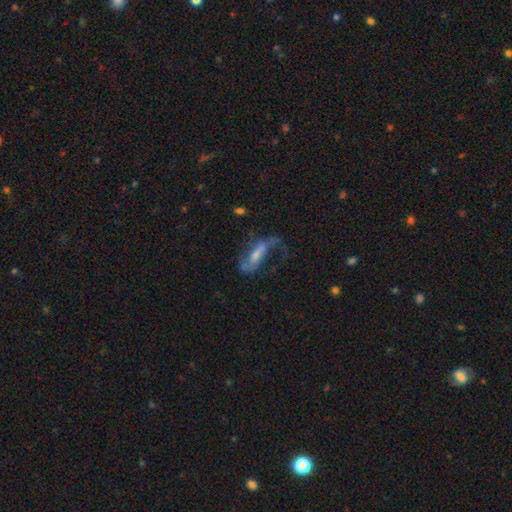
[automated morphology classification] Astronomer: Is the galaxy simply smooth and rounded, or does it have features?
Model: featured or disk — 70%.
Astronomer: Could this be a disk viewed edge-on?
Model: no — 86%.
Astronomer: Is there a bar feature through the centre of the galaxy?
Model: strong — 37% (runner-up: weak, 36%).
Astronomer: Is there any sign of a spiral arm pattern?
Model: yes — 84%.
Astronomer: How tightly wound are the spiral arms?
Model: loose — 69%.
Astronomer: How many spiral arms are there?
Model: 2 — 68%.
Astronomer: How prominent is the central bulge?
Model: small — 41% (runner-up: moderate, 35%).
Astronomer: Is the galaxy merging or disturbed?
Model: none — 39%, tied with major disturbance at 39%.